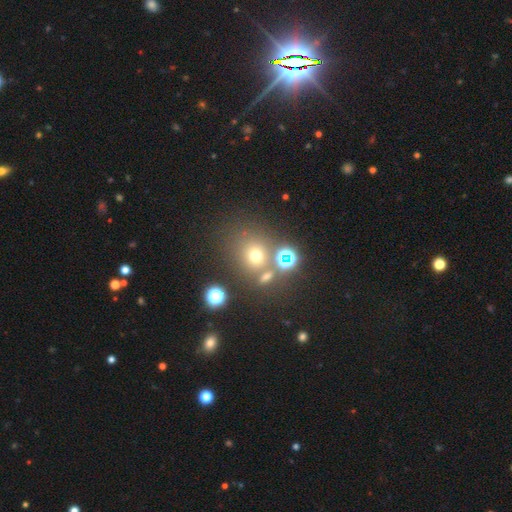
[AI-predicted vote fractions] A smooth galaxy with no disk features (62%) that is round (81%).

Vote fractions:
- Smooth or featured? smooth: 62% / star or artifact: 27% / featured or disk: 11%
- How rounded? round: 81% / in between: 18% / cigar-shaped: 1%
- Merging? none: 65% / merger: 19% / minor disturbance: 11% / major disturbance: 6%